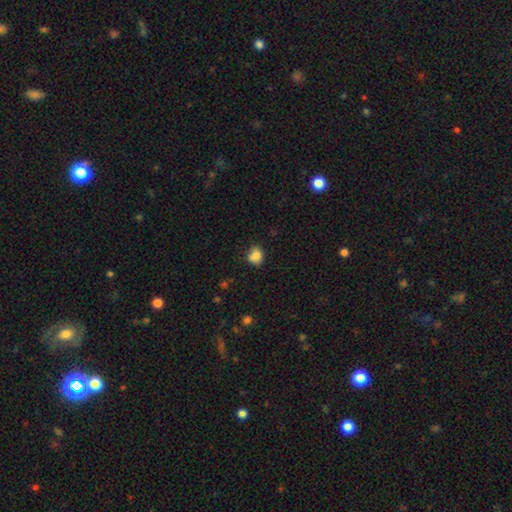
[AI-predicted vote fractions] A smooth galaxy with no disk features (82%) that is round (68%). Merging: none (64%).